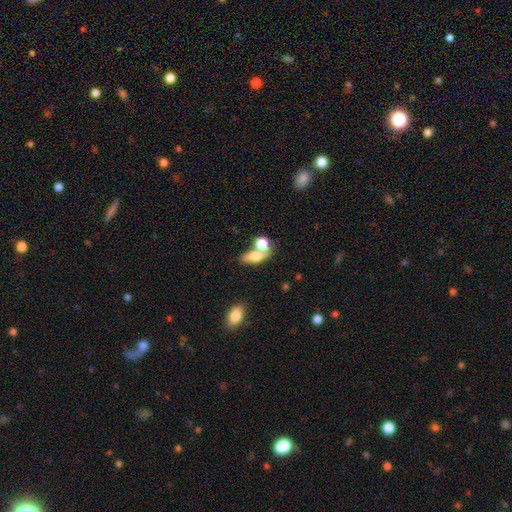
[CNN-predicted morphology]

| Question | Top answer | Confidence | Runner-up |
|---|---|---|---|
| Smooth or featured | smooth | 69% | featured or disk (21%) |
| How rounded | in between | 63% | round (21%) |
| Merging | merger | 45% | none (36%) |